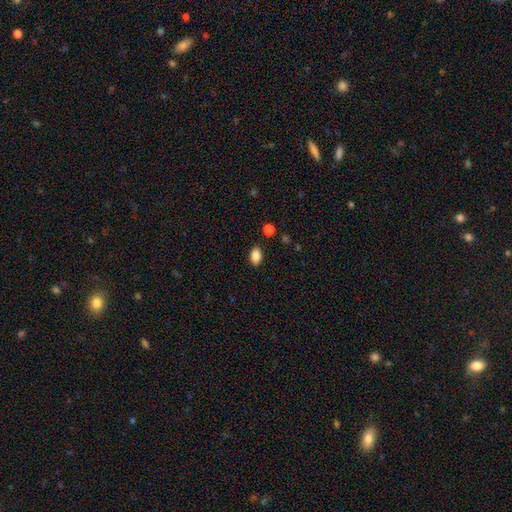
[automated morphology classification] Smooth or featured: smooth — 87% (star or artifact — 9%)
How rounded: in between — 89% (round — 10%)
Merging: none — 87% (minor disturbance — 9%)